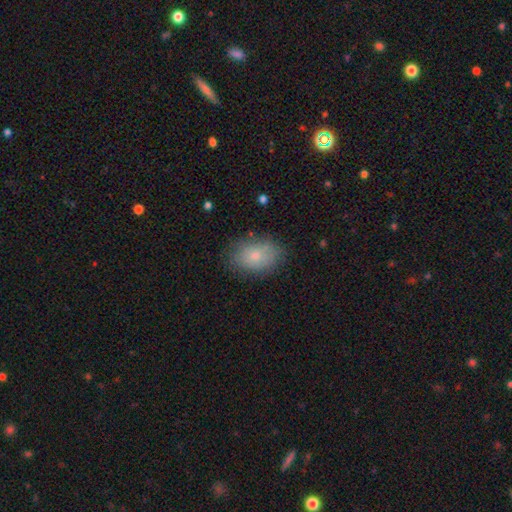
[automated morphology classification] Q: Smooth or featured?
A: smooth (78%); runner-up: featured or disk (14%)
Q: How rounded?
A: in between (83%); runner-up: round (15%)
Q: Merging?
A: none (78%); runner-up: minor disturbance (16%)